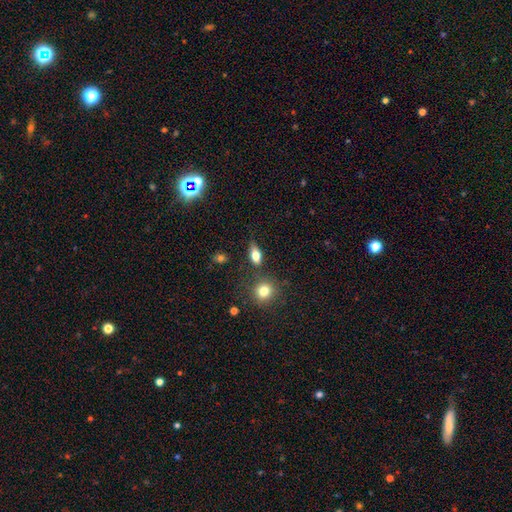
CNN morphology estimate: Smooth or featured? Predicted: smooth (p=0.75). How rounded? Predicted: in between (p=0.79). Merging? Predicted: none (p=0.71).